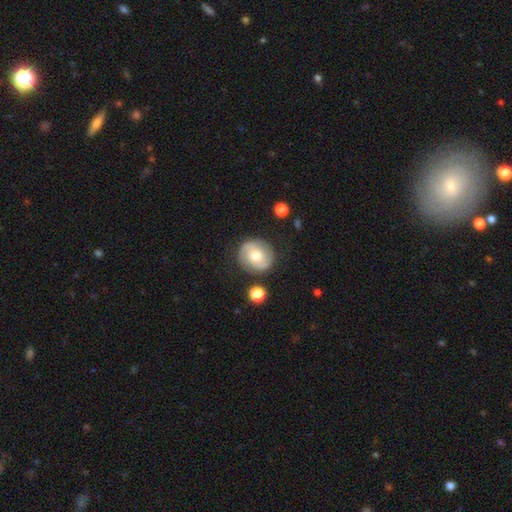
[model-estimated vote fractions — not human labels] A featured or disk galaxy (64%) with no bar (57%), 2 (84%) medium (43%) spiral arms (87%) and a moderate central bulge (68%).

Vote fractions:
- Smooth or featured? featured or disk: 64% / smooth: 29% / star or artifact: 7%
- Edge-on disk? no: 97% / yes: 3%
- Bar? no: 57% / weak: 34% / strong: 9%
- Spiral arms? yes: 87% / no: 13%
- Spiral winding? medium: 43% / tight: 41% / loose: 16%
- Spiral arm count? 2: 84% / can't tell: 8% / 3: 3% / 1: 2% / 4: 1% / more than 4: 1%
- Bulge size? moderate: 68% / small: 20% / large: 9% / none: 2% / dominant: 1%
- Merging? none: 82% / minor disturbance: 11% / major disturbance: 4% / merger: 3%